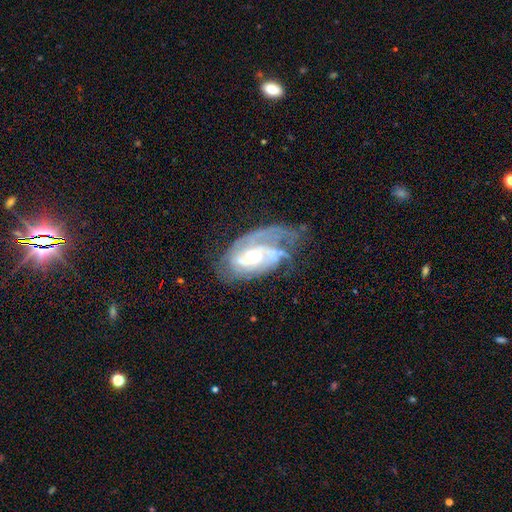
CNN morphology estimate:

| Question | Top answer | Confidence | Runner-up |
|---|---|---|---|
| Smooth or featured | featured or disk | 86% | smooth (8%) |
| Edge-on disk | no | 96% | yes (4%) |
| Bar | no | 43% | weak (41%) |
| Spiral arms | yes | 95% | no (5%) |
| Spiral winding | tight | 48% | medium (38%) |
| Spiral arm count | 2 | 38% | can't tell (23%) |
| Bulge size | moderate | 64% | small (25%) |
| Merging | none | 45% | minor disturbance (26%) |